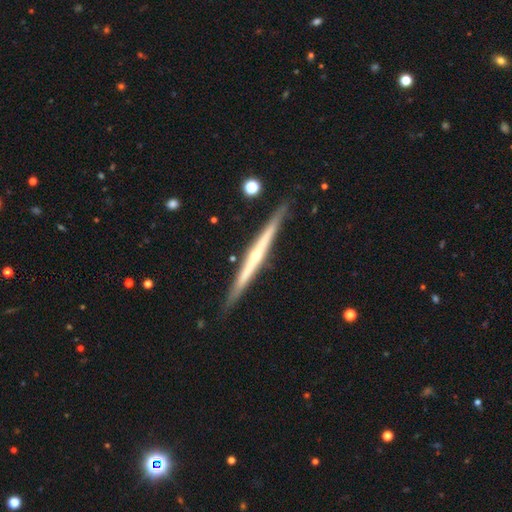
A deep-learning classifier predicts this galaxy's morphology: Smooth or featured?
  - featured or disk: 79% *
  - smooth: 16%
  - star or artifact: 5%
Edge-on disk?
  - yes: 98% *
  - no: 2%
Edge-on bulge?
  - rounded: 75% *
  - none: 22%
  - boxy: 3%
Merging?
  - none: 90% *
  - minor disturbance: 7%
  - merger: 1%
  - major disturbance: 1%